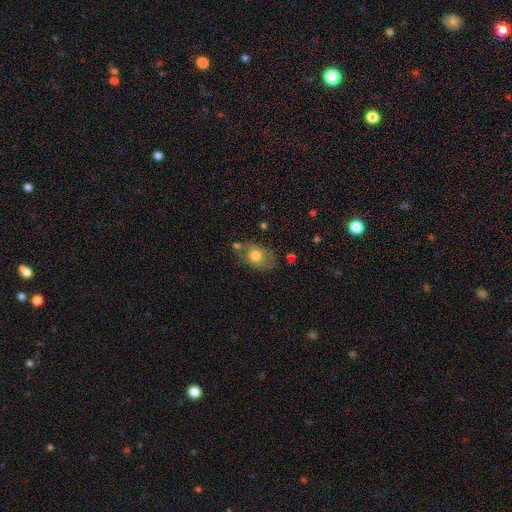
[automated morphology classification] smooth 70%, featured or disk 22%, star or artifact 9%. Down the decision tree: how rounded — in between (66%); merging — none (60%).